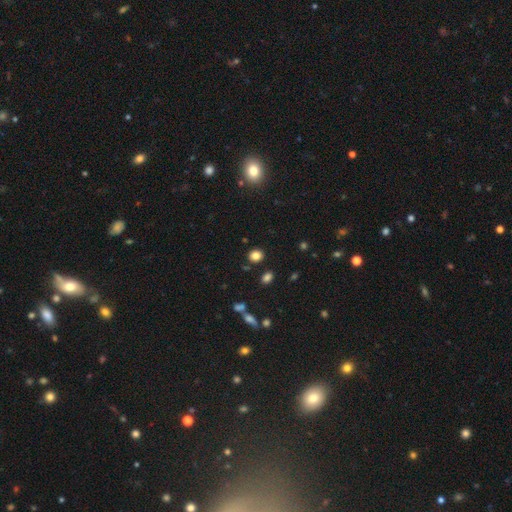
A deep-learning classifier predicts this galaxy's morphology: smooth-or-featured: smooth: 83% | star or artifact: 12% | featured or disk: 5%
  how-rounded: round: 68% | in between: 31% | cigar-shaped: 1%
  merging: none: 86% | minor disturbance: 7% | merger: 4% | major disturbance: 3%